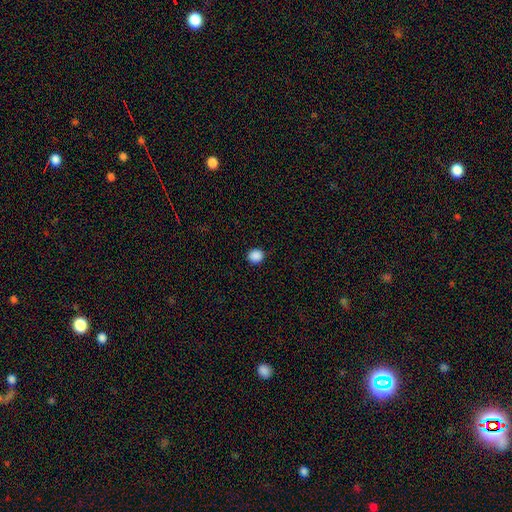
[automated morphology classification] A smooth galaxy with no disk features (88%) that is round (85%).

Vote fractions:
- Smooth or featured? smooth: 88% / star or artifact: 10% / featured or disk: 2%
- How rounded? round: 85% / in between: 14% / cigar-shaped: 1%
- Merging? none: 91% / minor disturbance: 6% / major disturbance: 2% / merger: 1%